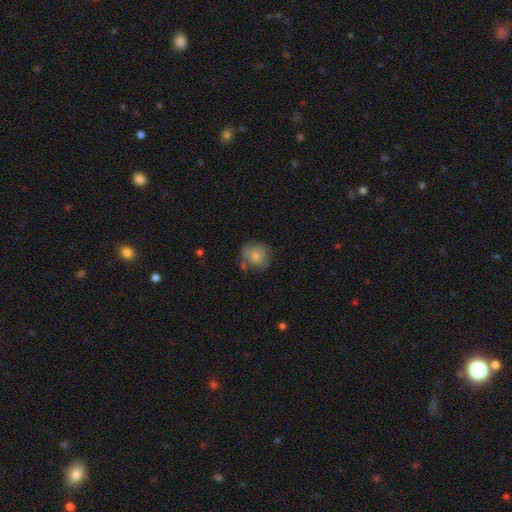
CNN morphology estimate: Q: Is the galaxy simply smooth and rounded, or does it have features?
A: smooth — 74%.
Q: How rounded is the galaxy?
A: round — 80%.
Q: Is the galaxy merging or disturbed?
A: none — 62%.